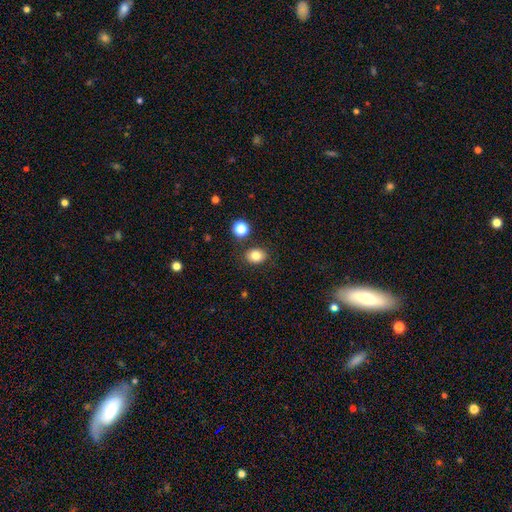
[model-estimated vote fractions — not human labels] Smooth or featured?
  - smooth: 81% *
  - star or artifact: 11%
  - featured or disk: 7%
How rounded?
  - in between: 51% *
  - round: 48%
  - cigar-shaped: 1%
Merging?
  - none: 84% *
  - minor disturbance: 9%
  - merger: 4%
  - major disturbance: 3%